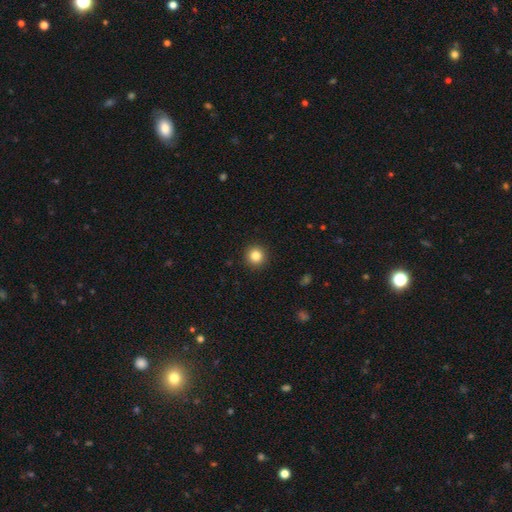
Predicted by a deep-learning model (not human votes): Morphology: type=smooth (84%); roundness=round (95%); merging=none (93%).